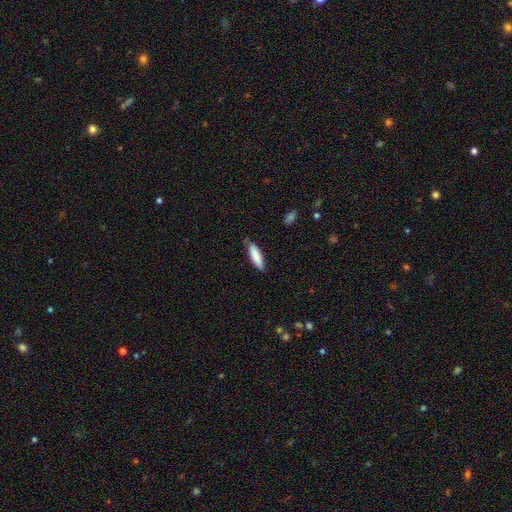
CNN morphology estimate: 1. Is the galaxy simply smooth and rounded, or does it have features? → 85% smooth, 9% featured or disk, 6% star or artifact.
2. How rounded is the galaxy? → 61% cigar-shaped, 38% in between, 1% round.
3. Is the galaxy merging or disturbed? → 78% none, 17% minor disturbance, 3% major disturbance, 2% merger.